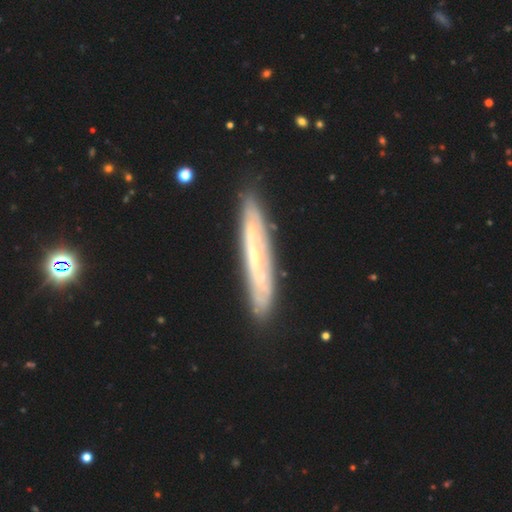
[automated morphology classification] Smooth or featured? Predicted: featured or disk (p=0.70). Edge-on disk? Predicted: yes (p=0.60). Merging? Predicted: none (p=0.84).